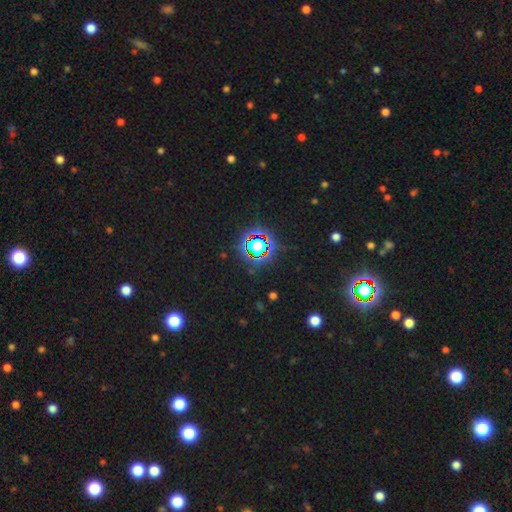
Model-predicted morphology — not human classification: star or artifact 77%, smooth 14%, featured or disk 9%.